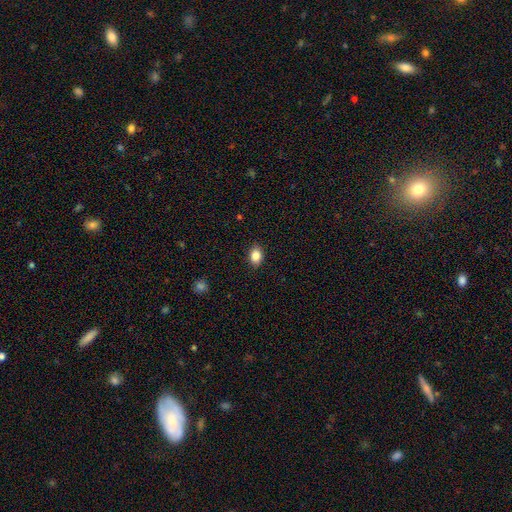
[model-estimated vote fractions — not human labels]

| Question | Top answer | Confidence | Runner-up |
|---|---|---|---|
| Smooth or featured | smooth | 86% | star or artifact (9%) |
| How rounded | in between | 74% | round (25%) |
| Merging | none | 88% | minor disturbance (9%) |